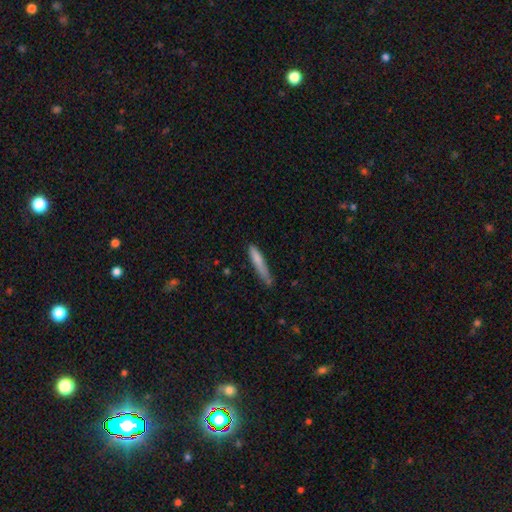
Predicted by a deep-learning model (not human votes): smooth 76%, featured or disk 17%, star or artifact 7%. Down the decision tree: how rounded — cigar-shaped (93%); merging — none (65%).